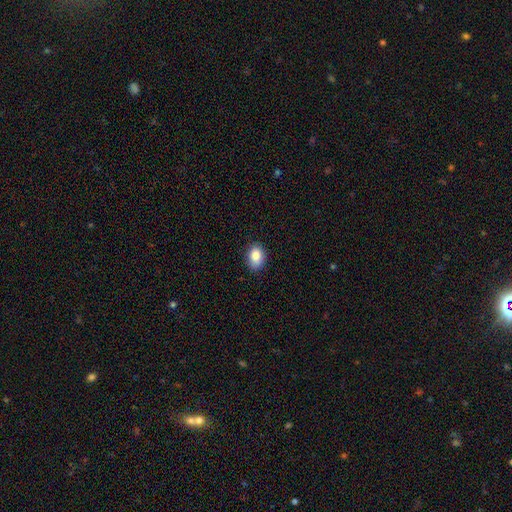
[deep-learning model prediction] smooth_or_featured: smooth (p=0.86) [alt: star or artifact p=0.08]
how_rounded: in between (p=0.80) [alt: round p=0.19]
merging: none (p=0.84) [alt: minor disturbance p=0.13]